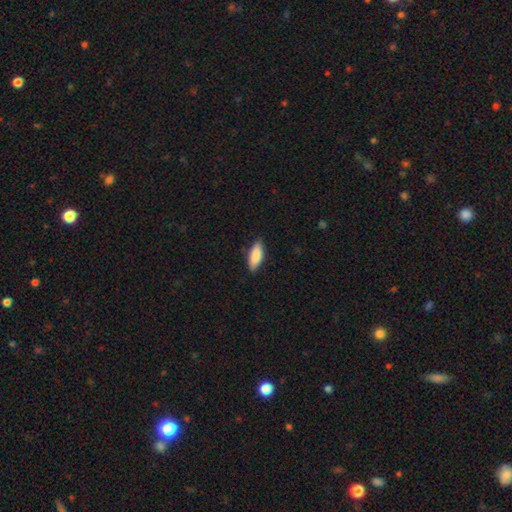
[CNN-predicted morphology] The model was most divided on "how rounded": in between: 74%, cigar-shaped: 24%, round: 2%. More confident: smooth or featured — smooth (86%); merging — none (85%).